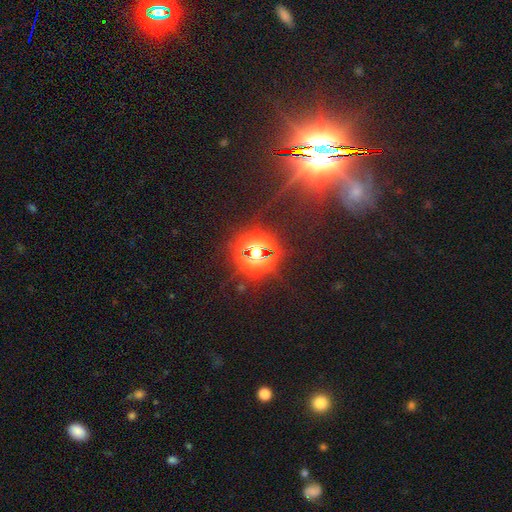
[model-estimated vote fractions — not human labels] Morphology: type=star or artifact (83%).